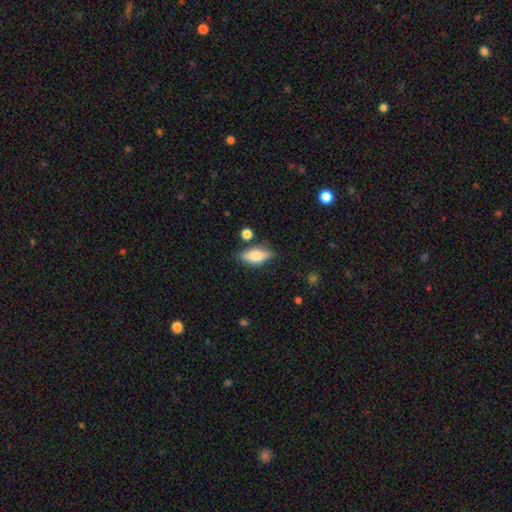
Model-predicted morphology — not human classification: The model was most divided on "smooth or featured": smooth: 64%, featured or disk: 29%, star or artifact: 8%. More confident: how rounded — in between (75%); merging — none (72%).